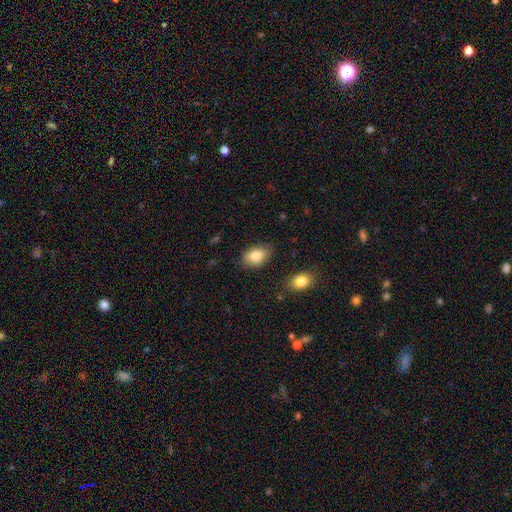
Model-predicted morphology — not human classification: smooth_or_featured: smooth (p=0.83) [alt: featured or disk p=0.09]
how_rounded: in between (p=0.86) [alt: round p=0.12]
merging: none (p=0.80) [alt: minor disturbance p=0.14]